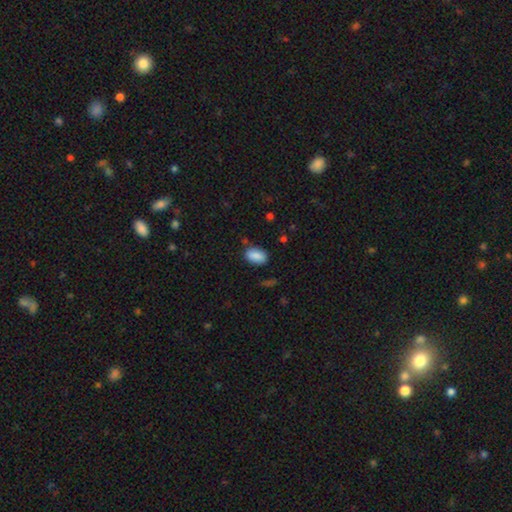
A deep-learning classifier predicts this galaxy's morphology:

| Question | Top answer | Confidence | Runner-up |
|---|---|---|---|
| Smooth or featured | smooth | 88% | star or artifact (7%) |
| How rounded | in between | 92% | round (6%) |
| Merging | none | 79% | minor disturbance (15%) |